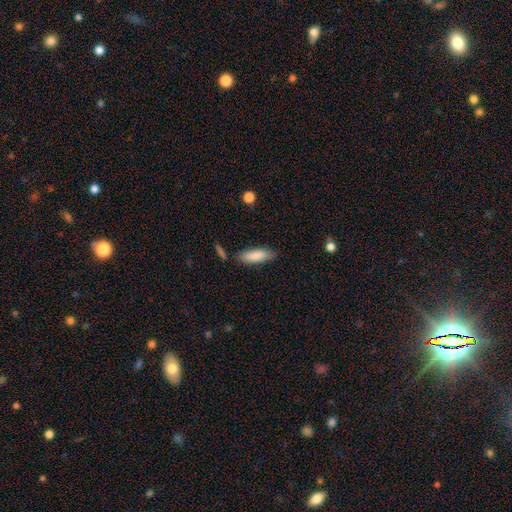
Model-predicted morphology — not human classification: Smooth or featured? Predicted: smooth (p=0.85). How rounded? Predicted: in between (p=0.52). Merging? Predicted: none (p=0.79).